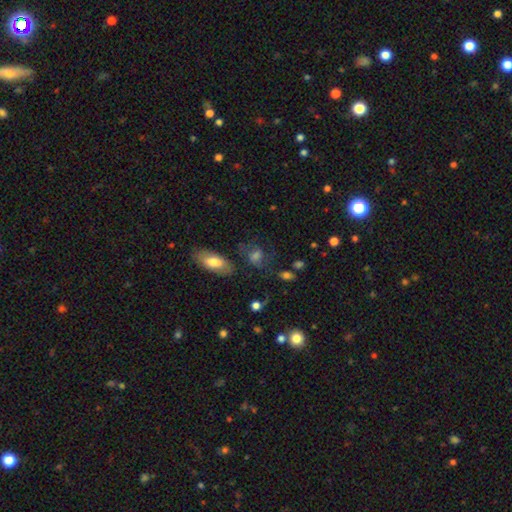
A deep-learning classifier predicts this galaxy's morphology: type=smooth (57%); roundness=in between (66%); merging=none (52%).